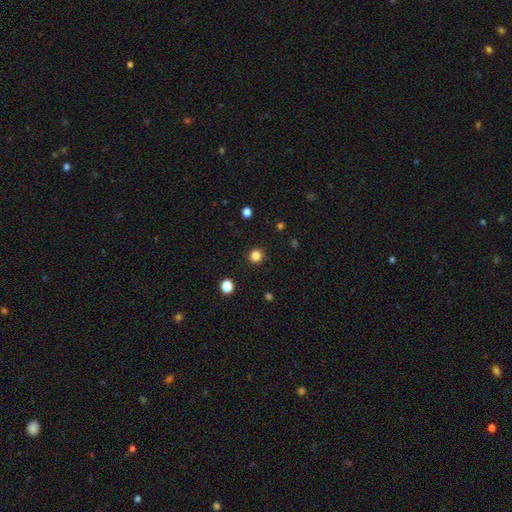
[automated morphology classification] Smooth or featured? smooth (84%)
How rounded? round (94%)
Merging? none (91%)